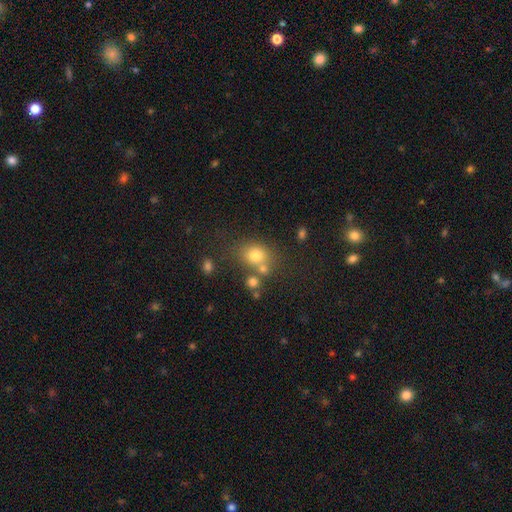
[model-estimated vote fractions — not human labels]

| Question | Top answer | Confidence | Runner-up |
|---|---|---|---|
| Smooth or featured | smooth | 74% | star or artifact (14%) |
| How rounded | round | 63% | in between (36%) |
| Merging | none | 59% | merger (22%) |